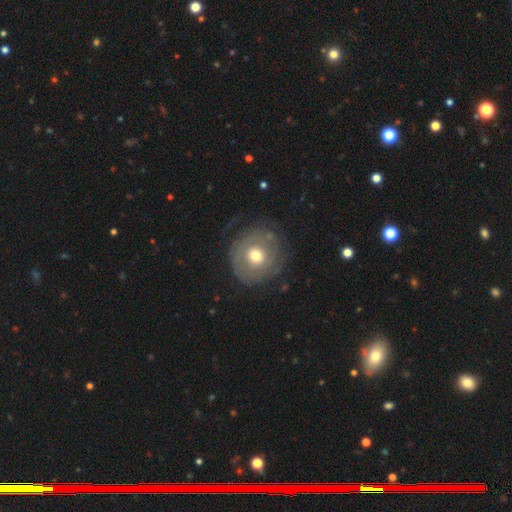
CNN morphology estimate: Smooth or featured? smooth (47%)
Merging? none (72%)